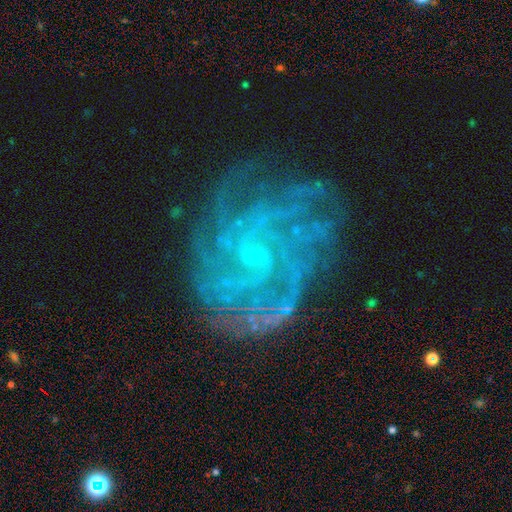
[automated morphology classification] Smooth or featured: featured or disk — 84% (star or artifact — 10%)
Edge-on disk: no — 98% (yes — 2%)
Bar: no — 59% (weak — 33%)
Spiral arms: yes — 92% (no — 8%)
Spiral winding: tight — 53% (medium — 35%)
Spiral arm count: can't tell — 31% (4 — 21%)
Bulge size: small — 74% (none — 16%)
Merging: none — 68% (minor disturbance — 18%)